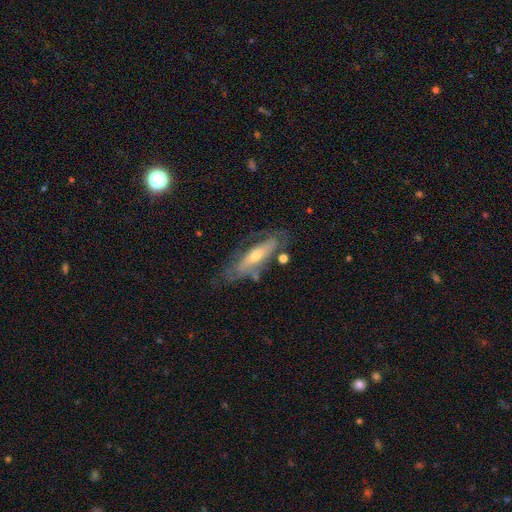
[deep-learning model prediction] This appears to be a featured or disk galaxy (66%). Merging: none (66%).